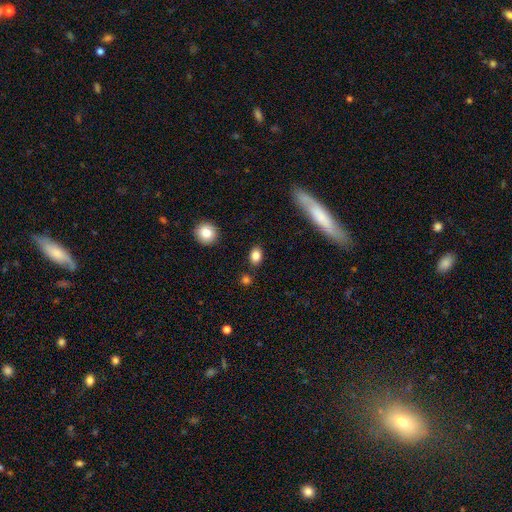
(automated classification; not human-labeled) Smooth or featured: smooth — 84% (star or artifact — 9%)
How rounded: in between — 75% (round — 22%)
Merging: none — 84% (minor disturbance — 10%)